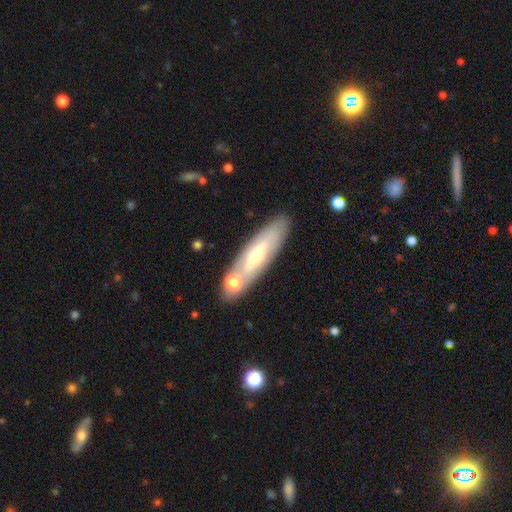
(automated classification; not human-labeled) smooth_or_featured: featured or disk (p=0.54) [alt: smooth p=0.39]
disk_edge_on: no (p=0.53) [alt: yes p=0.47]
merging: none (p=0.72) [alt: minor disturbance p=0.12]